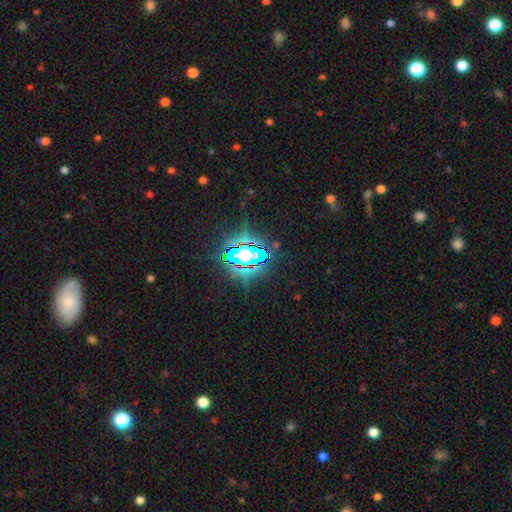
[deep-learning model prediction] Smooth or featured: star or artifact — 73% (smooth — 14%)